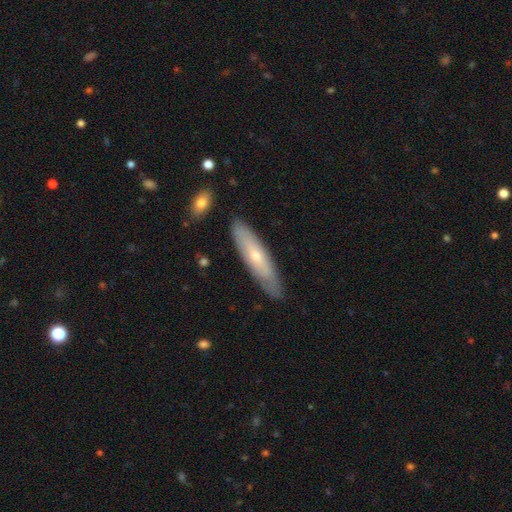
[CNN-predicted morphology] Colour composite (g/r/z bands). It shows a smooth galaxy with no disk features (49%). Merging: none (82%).